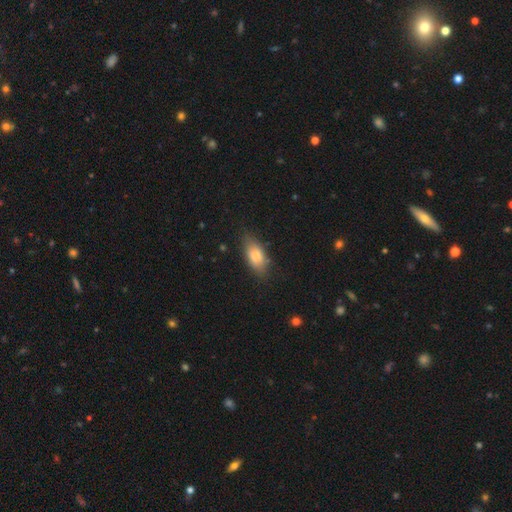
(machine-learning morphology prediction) A smooth galaxy with no disk features (78%) that is in between round and cigar-shaped (85%).

Vote fractions:
- Smooth or featured? smooth: 78% / featured or disk: 14% / star or artifact: 8%
- How rounded? in between: 85% / cigar-shaped: 10% / round: 5%
- Merging? none: 76% / minor disturbance: 18% / major disturbance: 4% / merger: 1%